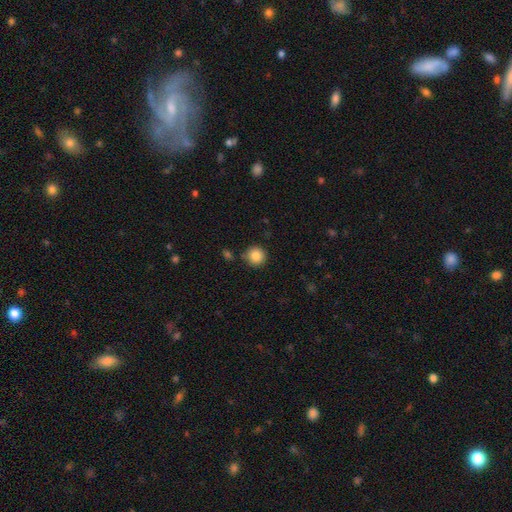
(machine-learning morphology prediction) A smooth galaxy with no disk features (86%) that is round (94%).

Vote fractions:
- Smooth or featured? smooth: 86% / star or artifact: 9% / featured or disk: 4%
- How rounded? round: 94% / in between: 5% / cigar-shaped: 1%
- Merging? none: 85% / minor disturbance: 8% / merger: 4% / major disturbance: 2%